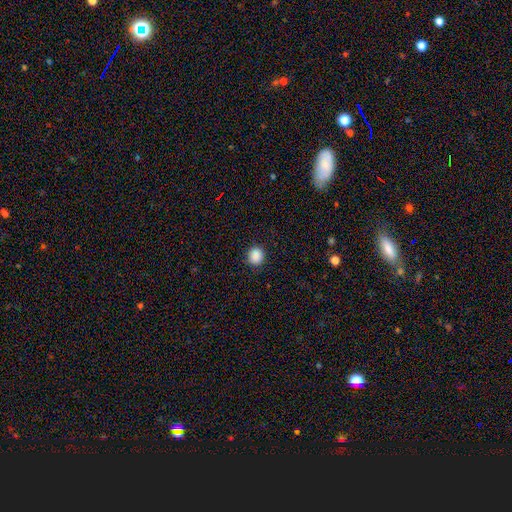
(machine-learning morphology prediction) smooth_or_featured: smooth (p=0.89) [alt: star or artifact p=0.09]
how_rounded: round (p=0.81) [alt: in between p=0.18]
merging: none (p=0.89) [alt: minor disturbance p=0.08]